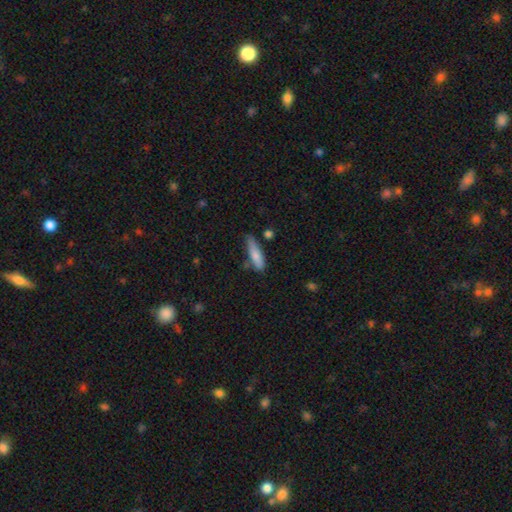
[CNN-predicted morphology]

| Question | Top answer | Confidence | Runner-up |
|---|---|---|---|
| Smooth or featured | smooth | 79% | featured or disk (15%) |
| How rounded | cigar-shaped | 63% | in between (35%) |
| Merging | none | 59% | minor disturbance (29%) |